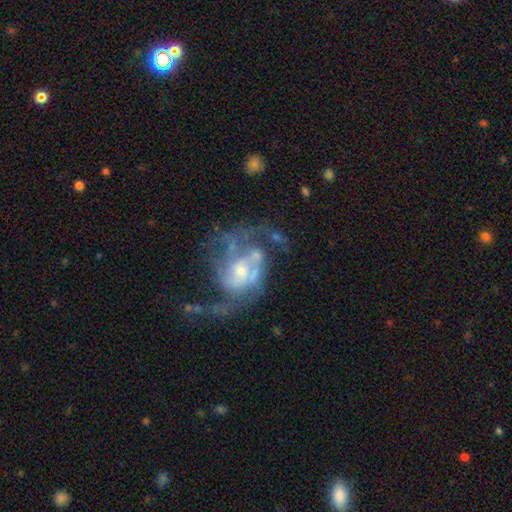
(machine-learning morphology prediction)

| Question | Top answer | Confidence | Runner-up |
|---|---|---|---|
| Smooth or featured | featured or disk | 80% | smooth (13%) |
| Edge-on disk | no | 97% | yes (3%) |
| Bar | no | 72% | weak (23%) |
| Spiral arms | yes | 80% | no (20%) |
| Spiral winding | medium | 43% | loose (31%) |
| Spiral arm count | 2 | 37% | can't tell (27%) |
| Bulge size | small | 54% | moderate (36%) |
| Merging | major disturbance | 38% | none (36%) |